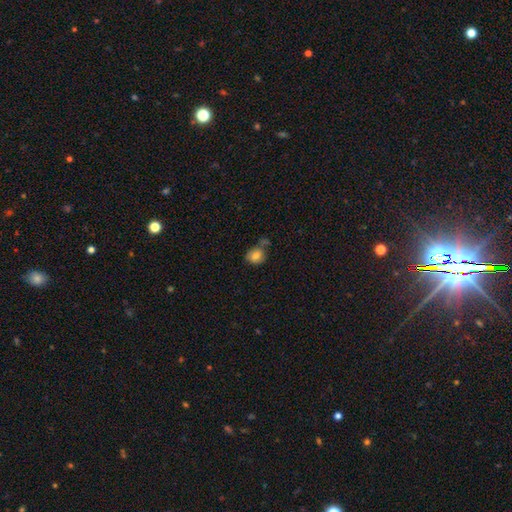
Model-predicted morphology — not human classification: The model was most divided on "how rounded": round: 64%, in between: 35%, cigar-shaped: 1%. More confident: smooth or featured — smooth (81%); merging — none (52%).